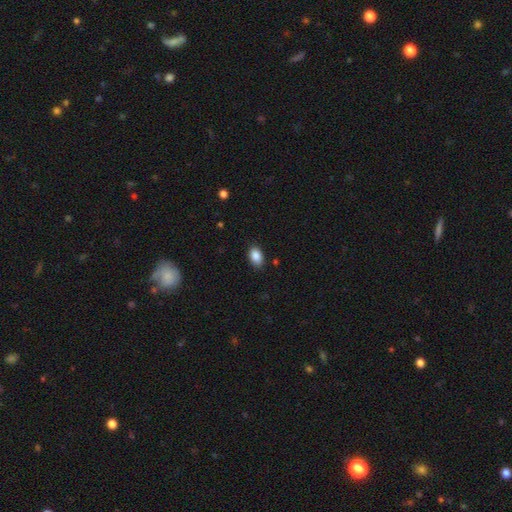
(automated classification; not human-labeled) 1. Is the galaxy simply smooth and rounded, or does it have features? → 88% smooth, 8% star or artifact, 4% featured or disk.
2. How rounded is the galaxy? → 89% in between, 9% round, 1% cigar-shaped.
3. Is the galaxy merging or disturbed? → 86% none, 10% minor disturbance, 2% major disturbance, 1% merger.